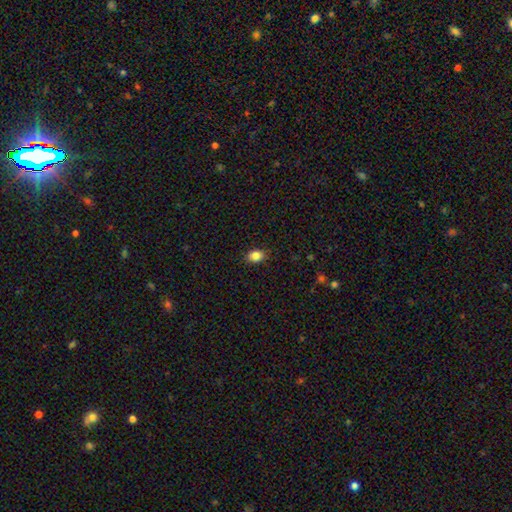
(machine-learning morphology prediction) The model was most divided on "how rounded": in between: 68%, round: 30%, cigar-shaped: 1%. More confident: merging — none (88%); smooth or featured — smooth (86%).